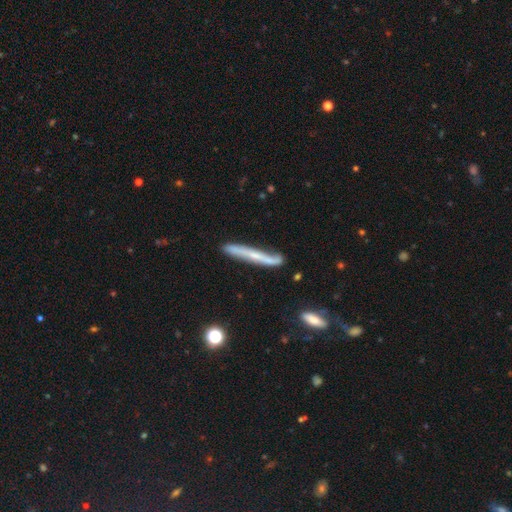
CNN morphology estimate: Q: Smooth or featured?
A: featured or disk (61%); runner-up: smooth (32%)
Q: Edge-on disk?
A: yes (80%); runner-up: no (20%)
Q: Merging?
A: none (71%); runner-up: minor disturbance (20%)